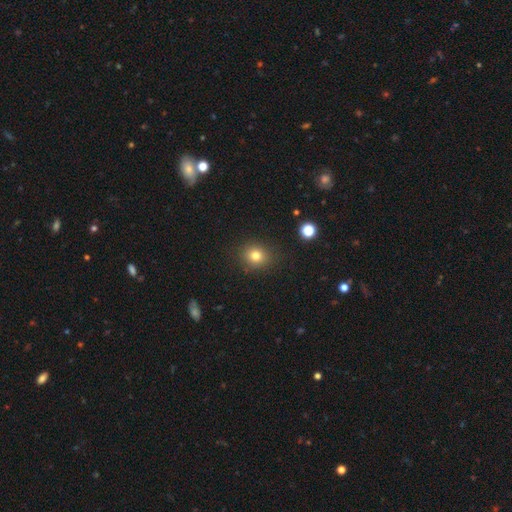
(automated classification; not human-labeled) Q: Smooth or featured?
A: smooth (79%); runner-up: star or artifact (14%)
Q: How rounded?
A: round (79%); runner-up: in between (20%)
Q: Merging?
A: none (87%); runner-up: minor disturbance (9%)